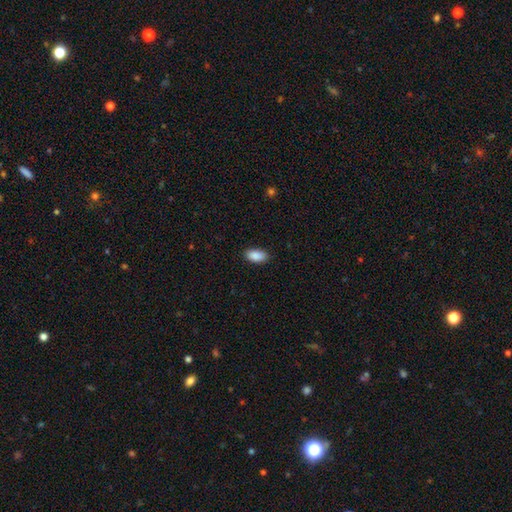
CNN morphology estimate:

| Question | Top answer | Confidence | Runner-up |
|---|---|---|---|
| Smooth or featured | smooth | 90% | star or artifact (7%) |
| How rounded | in between | 93% | cigar-shaped (4%) |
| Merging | none | 88% | minor disturbance (9%) |